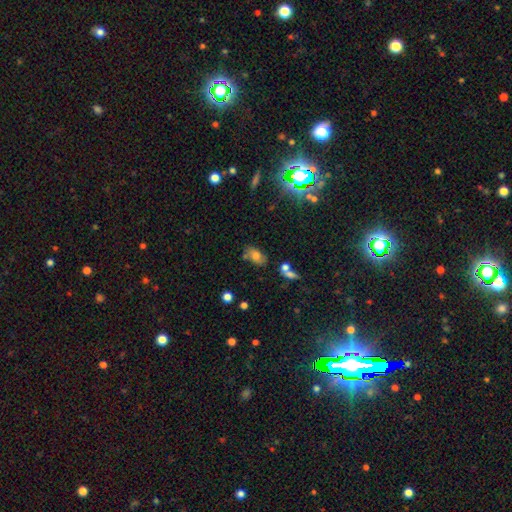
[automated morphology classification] smooth-or-featured: smooth: 60% | featured or disk: 23% | star or artifact: 17%
  how-rounded: in between: 87% | round: 9% | cigar-shaped: 3%
  merging: none: 63% | minor disturbance: 19% | merger: 11% | major disturbance: 7%